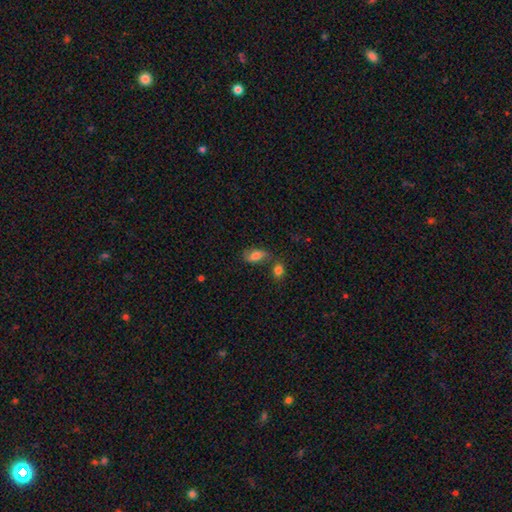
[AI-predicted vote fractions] smooth_or_featured: smooth (p=0.68) [alt: featured or disk p=0.22]
how_rounded: in between (p=0.88) [alt: round p=0.06]
merging: none (p=0.49) [alt: minor disturbance p=0.21]